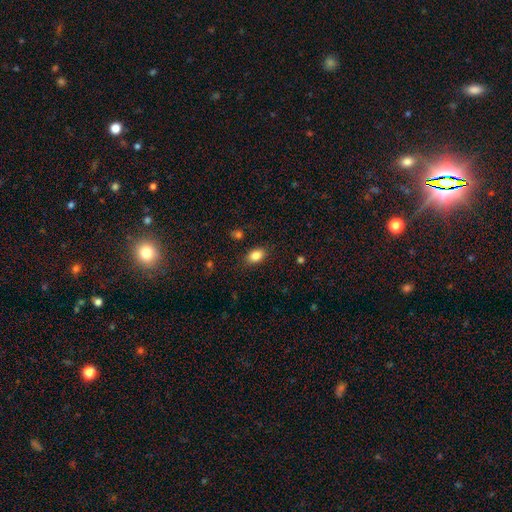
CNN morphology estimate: Q: Smooth or featured?
A: smooth (85%); runner-up: star or artifact (9%)
Q: How rounded?
A: in between (86%); runner-up: round (12%)
Q: Merging?
A: none (85%); runner-up: minor disturbance (11%)